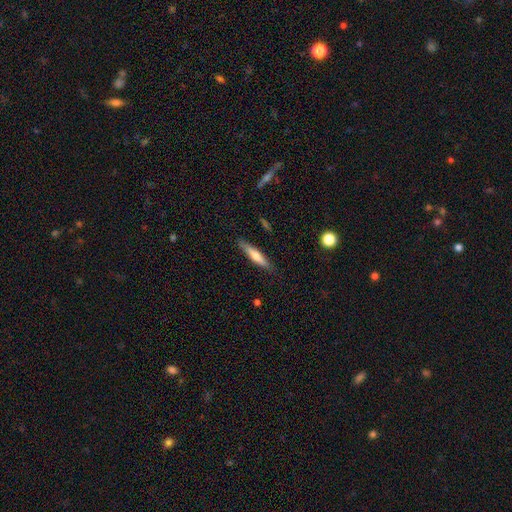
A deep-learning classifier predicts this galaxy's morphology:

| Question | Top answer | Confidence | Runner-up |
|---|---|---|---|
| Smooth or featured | smooth | 58% | featured or disk (36%) |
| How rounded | cigar-shaped | 86% | in between (12%) |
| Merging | none | 86% | minor disturbance (10%) |